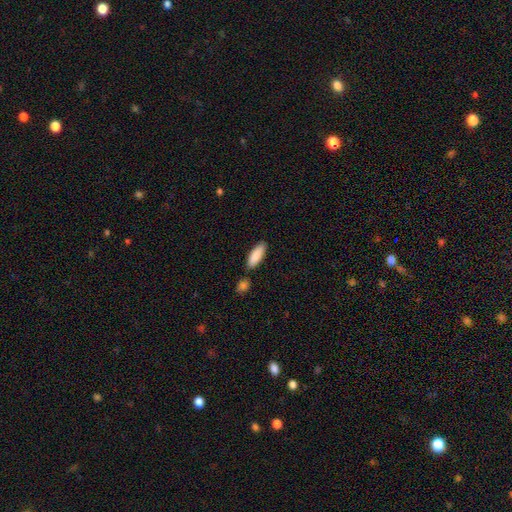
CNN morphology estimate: type=smooth (86%); roundness=in between (65%); merging=none (80%).